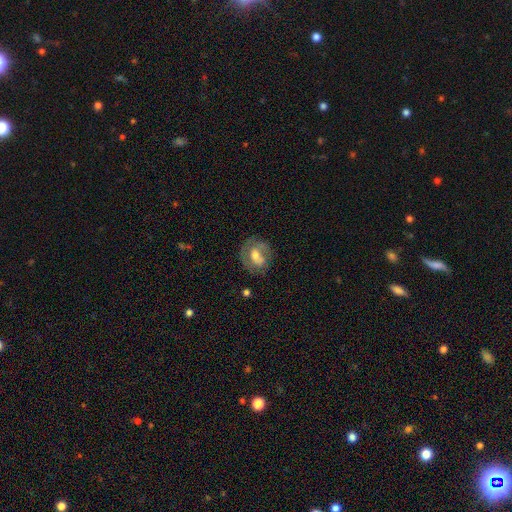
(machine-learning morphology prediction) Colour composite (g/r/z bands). It shows a featured or disk galaxy (54%) with no bar (50%), spiral arms (53%) and a moderate central bulge (61%). Merging: none (62%).